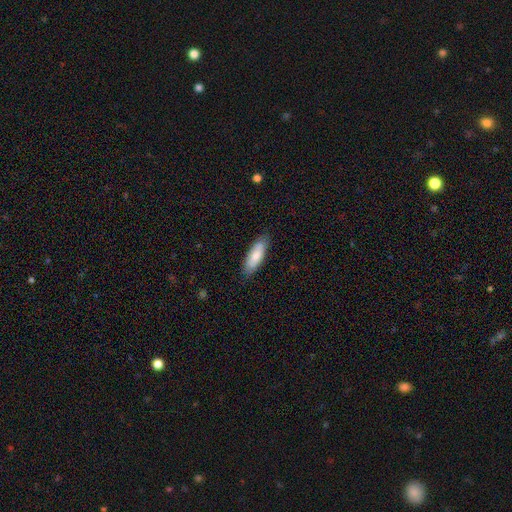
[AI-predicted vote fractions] Overall: smooth (79%). How rounded: in between (61%; cigar-shaped 38%). Merging: none (81%).